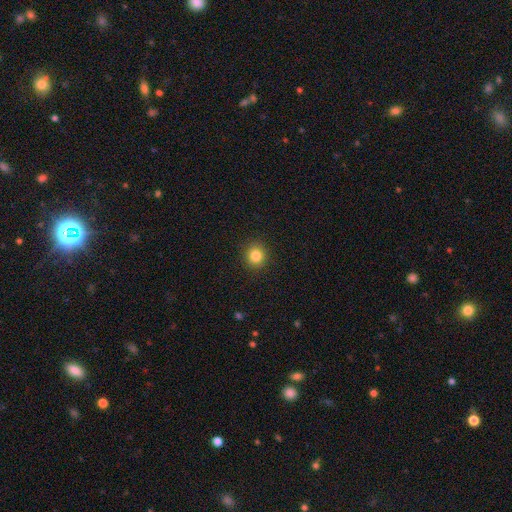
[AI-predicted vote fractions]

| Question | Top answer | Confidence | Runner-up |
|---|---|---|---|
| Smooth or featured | smooth | 84% | star or artifact (11%) |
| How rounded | round | 88% | in between (11%) |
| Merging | none | 91% | minor disturbance (6%) |